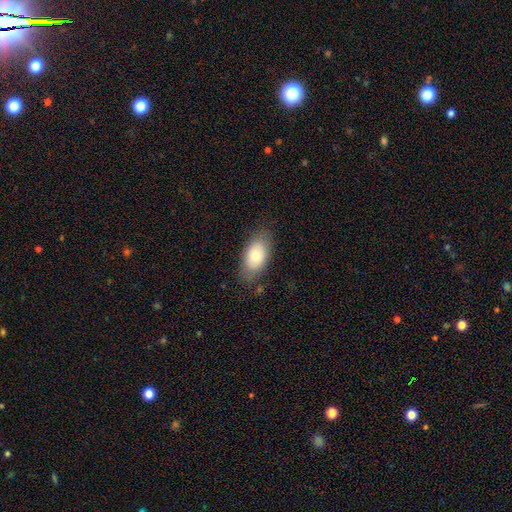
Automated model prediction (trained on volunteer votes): smooth 74%, featured or disk 18%, star or artifact 7%. Down the decision tree: how rounded — in between (92%); merging — none (80%).